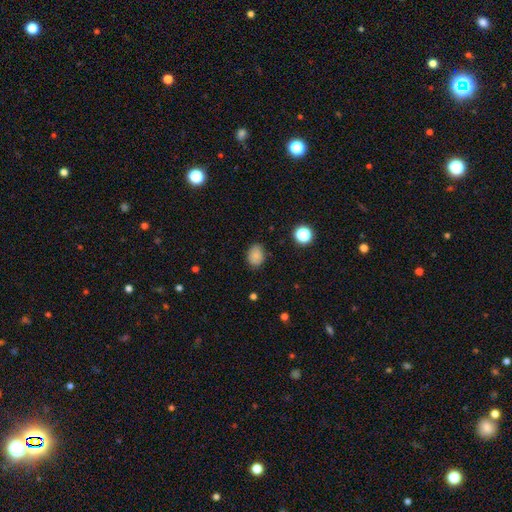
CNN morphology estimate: smooth_or_featured: smooth (p=0.83) [alt: star or artifact p=0.12]
how_rounded: in between (p=0.64) [alt: round p=0.35]
merging: none (p=0.80) [alt: minor disturbance p=0.16]